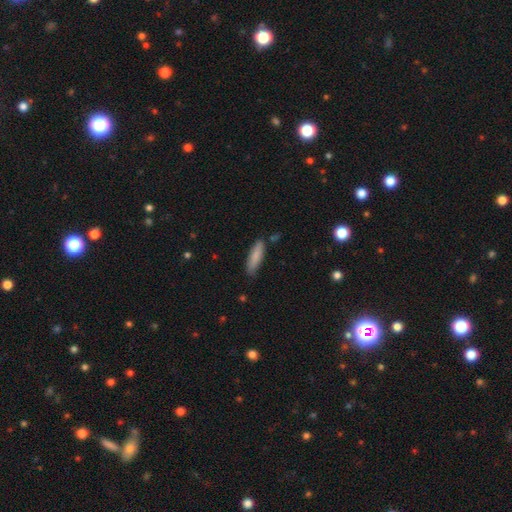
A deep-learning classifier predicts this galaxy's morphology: smooth-or-featured: smooth: 85% | featured or disk: 9% | star or artifact: 6%
  how-rounded: cigar-shaped: 60% | in between: 39% | round: 1%
  merging: none: 79% | minor disturbance: 16% | major disturbance: 3% | merger: 2%